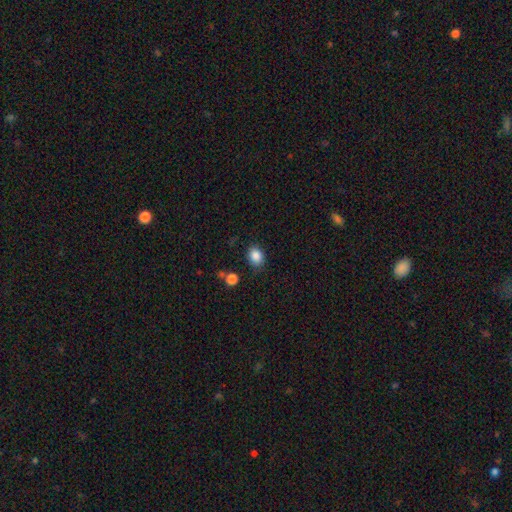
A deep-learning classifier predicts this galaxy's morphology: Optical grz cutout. It shows a smooth galaxy with no disk features (86%) that is round (50%). Merging: none (81%).